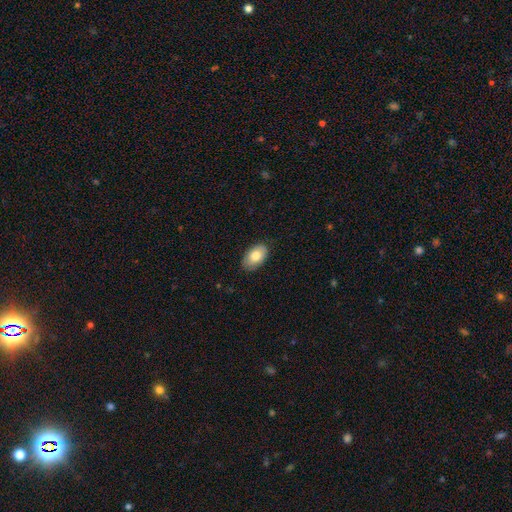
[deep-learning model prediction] This is likely a smooth galaxy (80%). How rounded: clearly in between (93%). Merging: clearly none (85%).